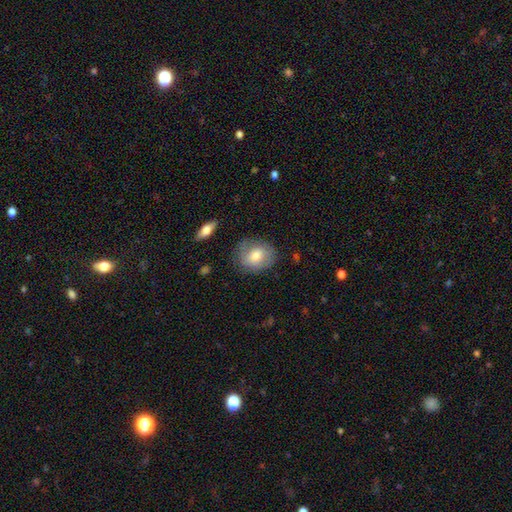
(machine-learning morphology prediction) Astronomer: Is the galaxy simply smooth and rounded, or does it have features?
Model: smooth — 69%.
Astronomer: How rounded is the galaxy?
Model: round — 58% (runner-up: in between, 41%).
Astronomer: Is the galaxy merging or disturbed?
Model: none — 76%.